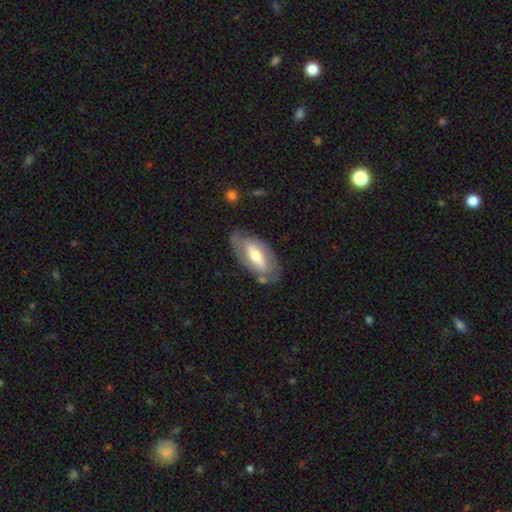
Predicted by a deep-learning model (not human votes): Overall: featured or disk (62%; smooth 33%). Edge-on disk: no (87%). Bar: strong (42%; weak 33%). Spiral arms: yes (55%; no 45%). Bulge size: moderate (63%). Merging: none (72%).